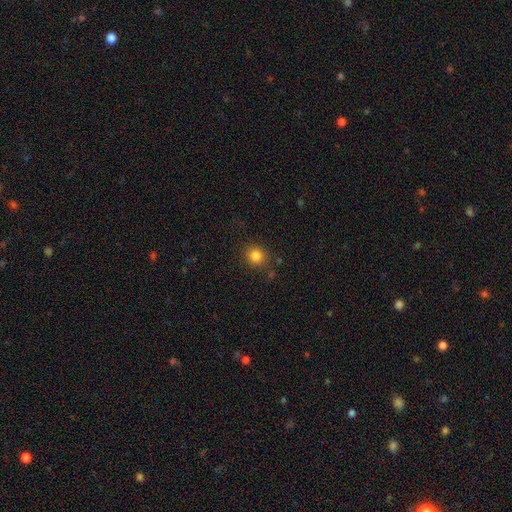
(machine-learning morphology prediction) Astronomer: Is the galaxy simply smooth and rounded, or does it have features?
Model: smooth — 83%.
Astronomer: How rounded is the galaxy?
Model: round — 87%.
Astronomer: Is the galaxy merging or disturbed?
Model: none — 85%.